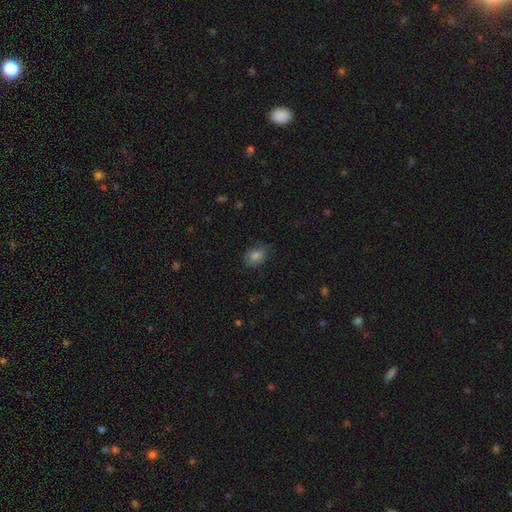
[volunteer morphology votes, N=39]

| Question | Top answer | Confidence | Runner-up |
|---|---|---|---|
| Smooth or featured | smooth | 87% | star or artifact (10%) |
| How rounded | round | 53% | in between (44%) |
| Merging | none | 63% | minor disturbance (31%) |